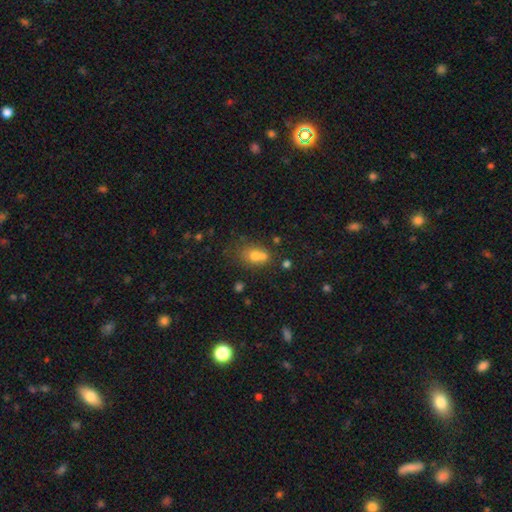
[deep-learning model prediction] Smooth or featured: smooth — 67% (featured or disk — 18%)
How rounded: round — 55% (in between — 43%)
Merging: merger — 48% (none — 36%)